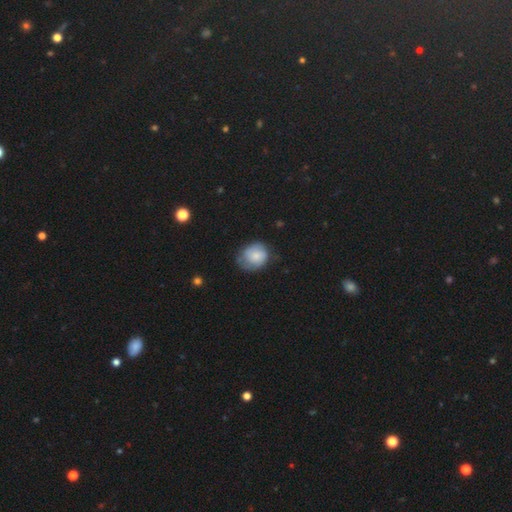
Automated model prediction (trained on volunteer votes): Morphology: type=smooth (66%); roundness=round (69%); merging=none (56%).